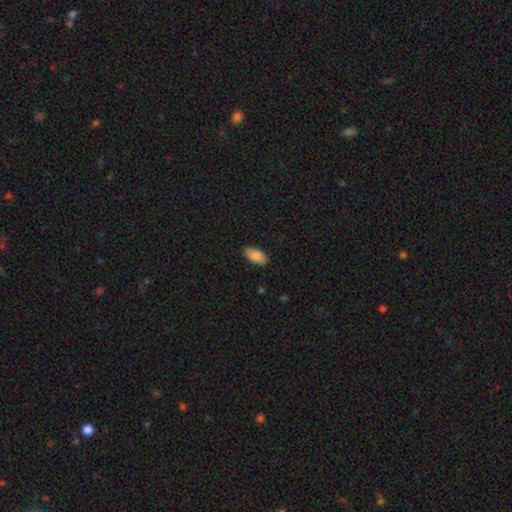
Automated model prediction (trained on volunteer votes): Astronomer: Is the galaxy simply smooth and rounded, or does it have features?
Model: smooth — 83%.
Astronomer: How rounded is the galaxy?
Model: in between — 94%.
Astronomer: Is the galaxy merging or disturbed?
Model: none — 88%.